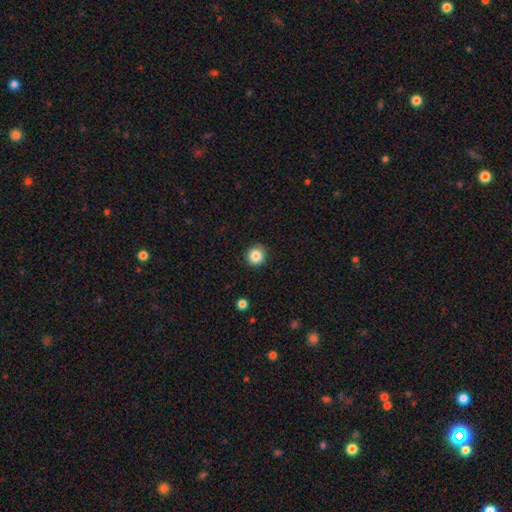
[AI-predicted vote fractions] A smooth galaxy with no disk features (85%) that is round (93%). Merging: none (90%).